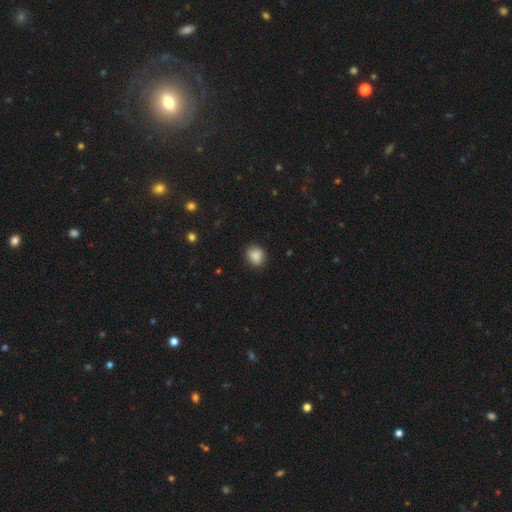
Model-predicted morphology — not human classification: A smooth galaxy with no disk features (86%) that is round (72%).

Vote fractions:
- Smooth or featured? smooth: 86% / star or artifact: 9% / featured or disk: 5%
- How rounded? round: 72% / in between: 27% / cigar-shaped: 1%
- Merging? none: 85% / minor disturbance: 11% / major disturbance: 2% / merger: 1%